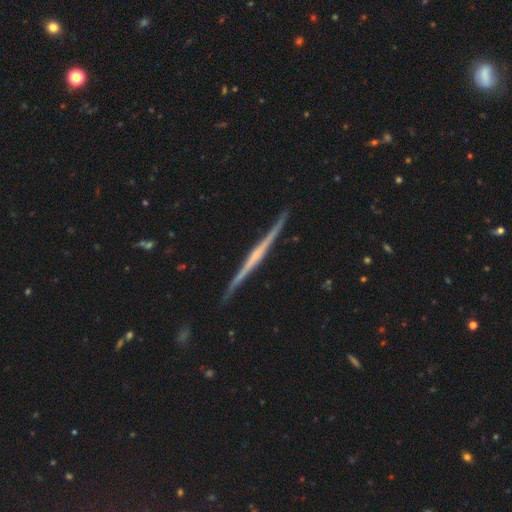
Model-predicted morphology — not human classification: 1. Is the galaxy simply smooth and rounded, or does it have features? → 82% featured or disk, 13% smooth, 5% star or artifact.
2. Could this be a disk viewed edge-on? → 99% yes, 1% no.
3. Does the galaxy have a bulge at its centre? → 44% rounded, 42% none, 14% boxy.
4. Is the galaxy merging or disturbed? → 91% none, 7% minor disturbance, 1% major disturbance, 1% merger.